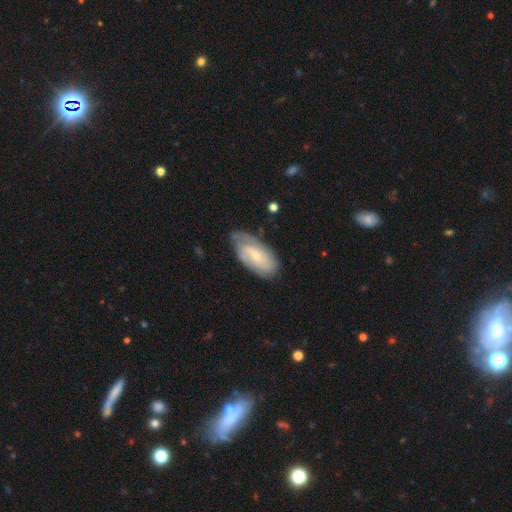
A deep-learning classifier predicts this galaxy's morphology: Smooth or featured: featured or disk — 65% (smooth — 30%)
Edge-on disk: no — 93% (yes — 7%)
Bar: no — 54% (weak — 36%)
Spiral arms: yes — 84% (no — 16%)
Spiral winding: tight — 52% (medium — 34%)
Spiral arm count: 2 — 40% (can't tell — 39%)
Bulge size: small — 67% (moderate — 29%)
Merging: none — 63% (minor disturbance — 27%)